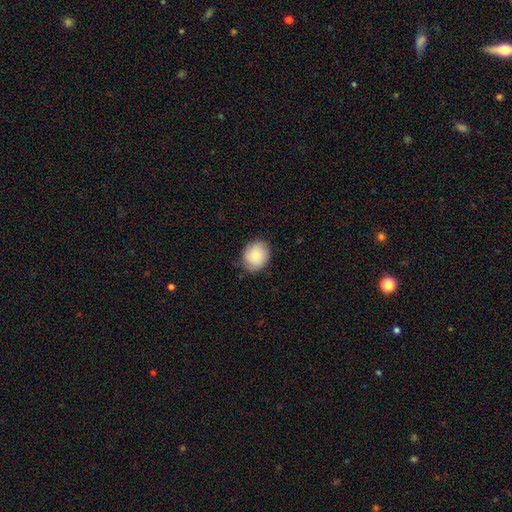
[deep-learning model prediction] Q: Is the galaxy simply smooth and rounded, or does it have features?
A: smooth — 77%.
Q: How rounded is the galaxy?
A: round — 69%.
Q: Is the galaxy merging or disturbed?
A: none — 77%.